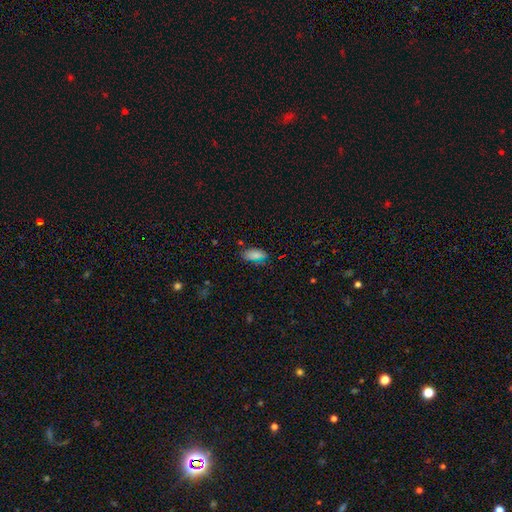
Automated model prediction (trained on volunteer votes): Smooth or featured: smooth — 76% (star or artifact — 17%)
How rounded: in between — 88% (cigar-shaped — 8%)
Merging: none — 73% (minor disturbance — 19%)